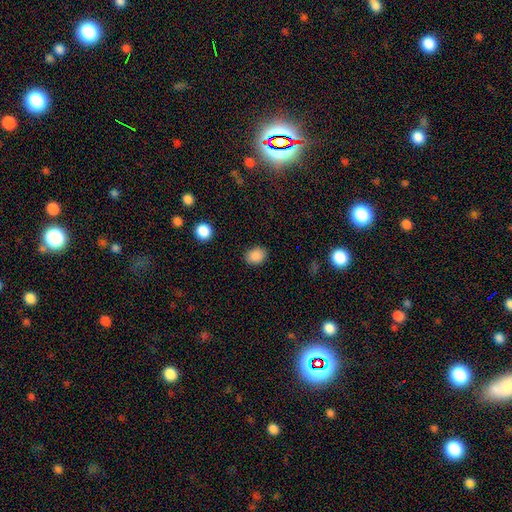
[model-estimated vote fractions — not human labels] Smooth or featured: smooth — 87% (star or artifact — 10%)
How rounded: round — 50% (tied with in between — 50%)
Merging: none — 87% (minor disturbance — 9%)